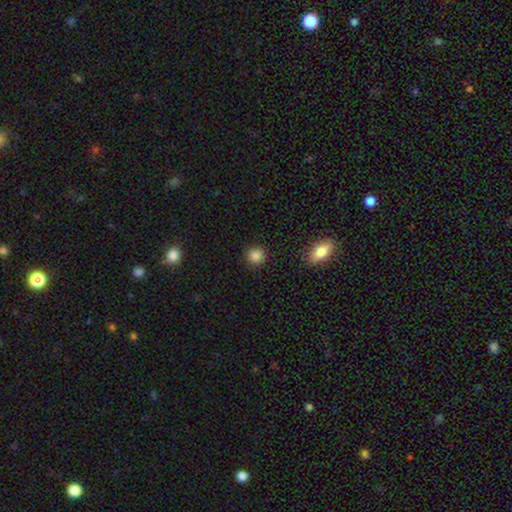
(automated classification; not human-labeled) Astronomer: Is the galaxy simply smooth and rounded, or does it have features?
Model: smooth — 86%.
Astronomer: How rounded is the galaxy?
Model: round — 91%.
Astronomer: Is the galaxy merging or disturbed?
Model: none — 91%.